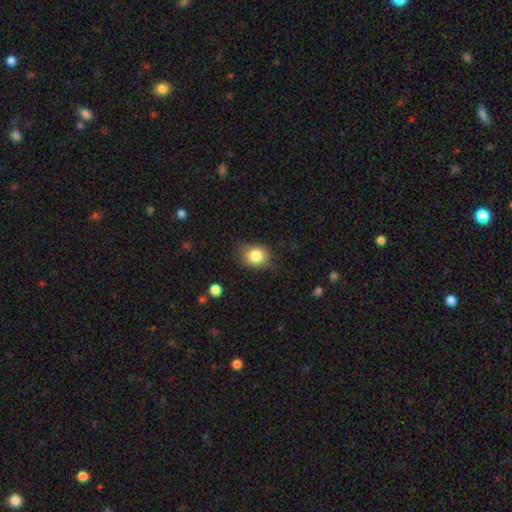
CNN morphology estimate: smooth 83%, star or artifact 10%, featured or disk 8%. Down the decision tree: how rounded — round (61%); merging — none (75%).